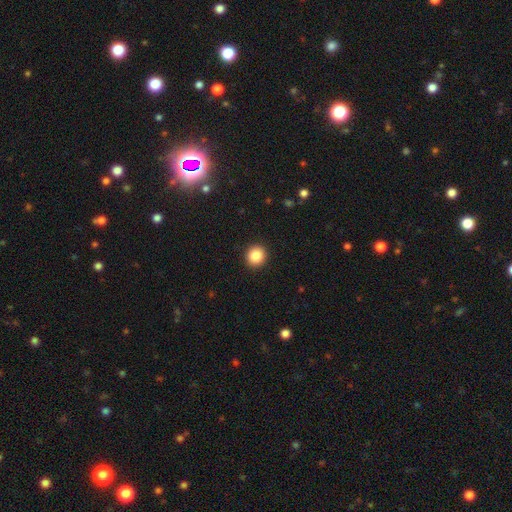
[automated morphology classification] A smooth galaxy with no disk features (86%) that is round (90%). Merging: none (93%).